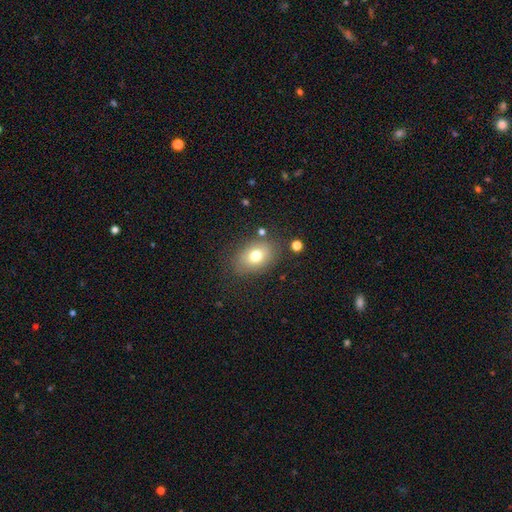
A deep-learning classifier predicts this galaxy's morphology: Smooth or featured? smooth (74%)
How rounded? in between (75%)
Merging? none (79%)